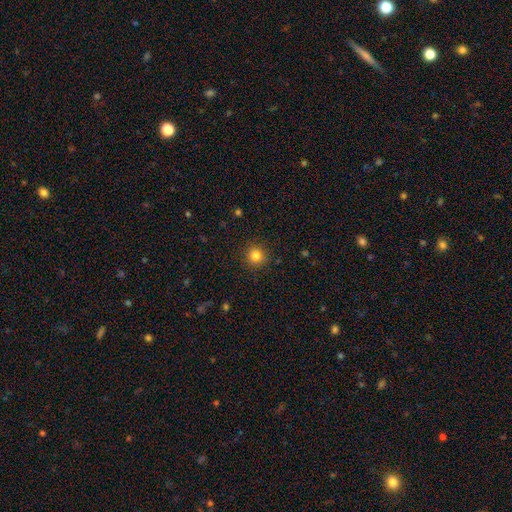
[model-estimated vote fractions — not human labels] This appears to be a smooth galaxy with no disk features (83%) that is round (93%). Merging: none (91%).